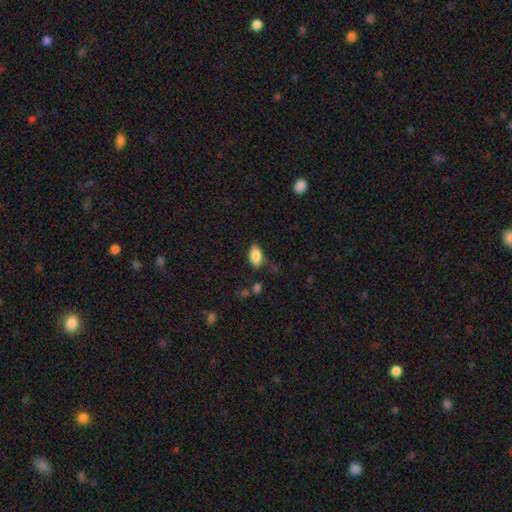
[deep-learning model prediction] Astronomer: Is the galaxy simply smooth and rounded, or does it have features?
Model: smooth — 85%.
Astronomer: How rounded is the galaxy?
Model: in between — 91%.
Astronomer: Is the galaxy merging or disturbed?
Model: none — 79%.